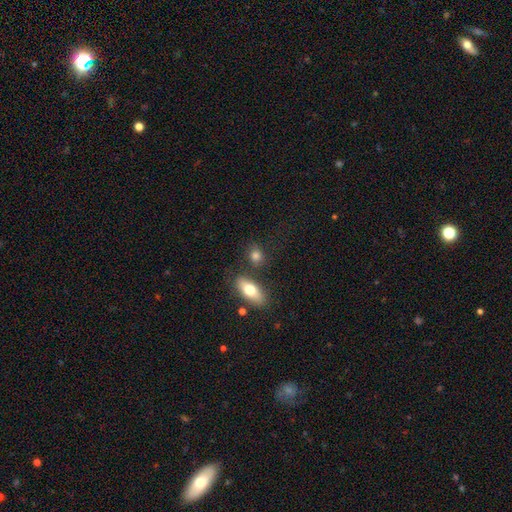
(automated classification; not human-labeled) smooth 80%, featured or disk 11%, star or artifact 8%. Down the decision tree: how rounded — in between (51%); merging — none (73%).